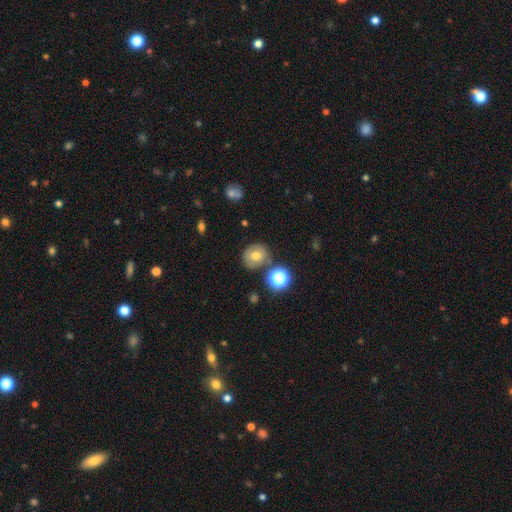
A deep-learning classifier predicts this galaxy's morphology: A smooth galaxy with no disk features (68%) that is round (80%).

Vote fractions:
- Smooth or featured? smooth: 68% / featured or disk: 17% / star or artifact: 15%
- How rounded? round: 80% / in between: 19% / cigar-shaped: 1%
- Merging? none: 75% / minor disturbance: 12% / merger: 9% / major disturbance: 4%